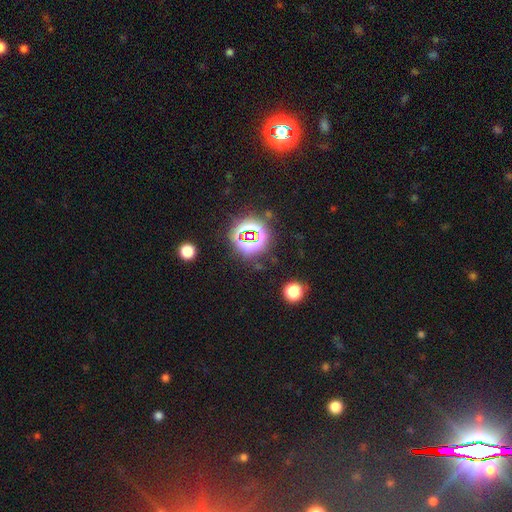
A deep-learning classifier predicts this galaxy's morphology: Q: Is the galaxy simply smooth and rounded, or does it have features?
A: star or artifact — 78%.